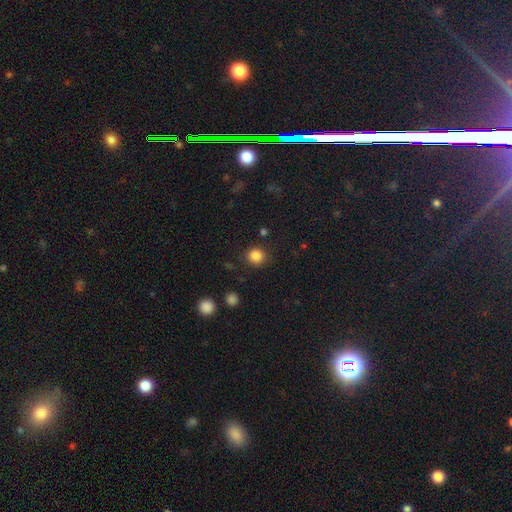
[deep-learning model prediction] Q: Smooth or featured?
A: smooth (85%); runner-up: star or artifact (11%)
Q: How rounded?
A: round (91%); runner-up: in between (8%)
Q: Merging?
A: none (86%); runner-up: minor disturbance (8%)